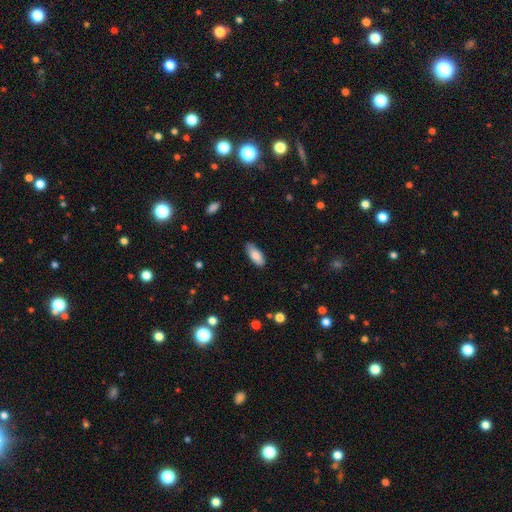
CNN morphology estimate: A smooth galaxy with no disk features (85%) that is in between round and cigar-shaped (80%). Merging: none (82%).